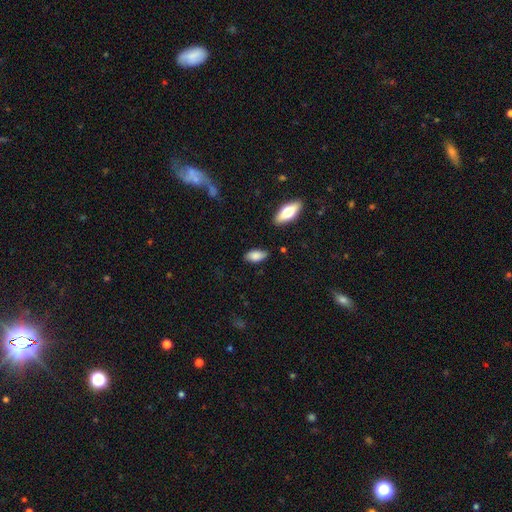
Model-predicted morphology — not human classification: Smooth or featured? smooth (83%)
How rounded? in between (90%)
Merging? none (78%)